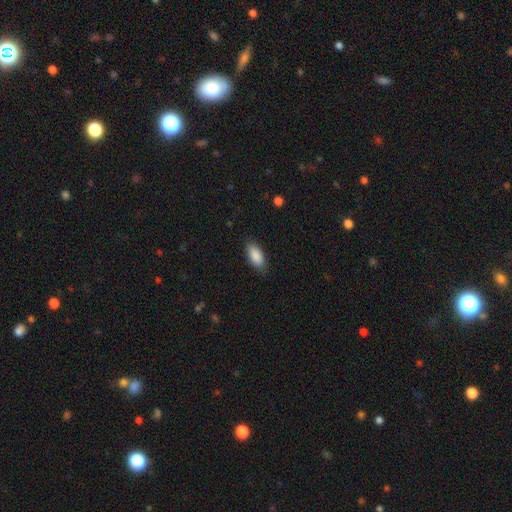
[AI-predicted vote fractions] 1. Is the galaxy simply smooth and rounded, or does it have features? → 89% smooth, 6% star or artifact, 5% featured or disk.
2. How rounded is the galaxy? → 90% in between, 7% cigar-shaped, 2% round.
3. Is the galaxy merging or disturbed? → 84% none, 13% minor disturbance, 3% major disturbance, 1% merger.